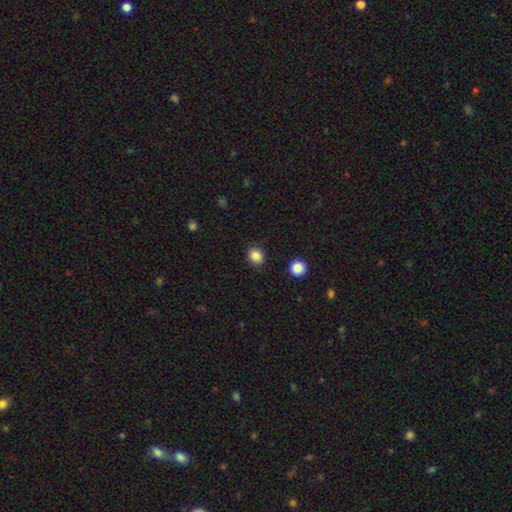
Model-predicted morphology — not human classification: This appears to be a smooth galaxy with no disk features (86%) that is round (62%). Merging: none (87%).